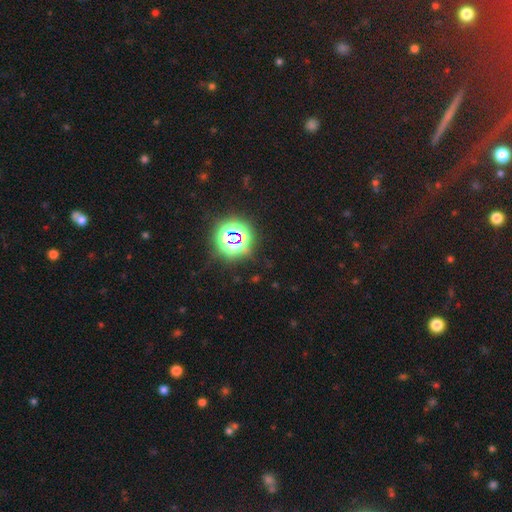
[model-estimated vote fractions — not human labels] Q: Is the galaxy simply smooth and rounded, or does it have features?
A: star or artifact — 80%.